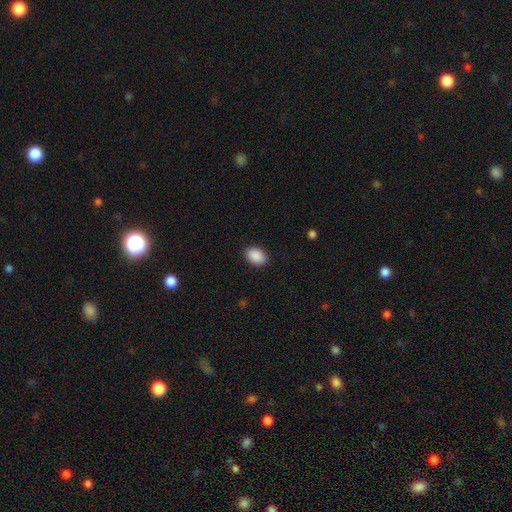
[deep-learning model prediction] Overall: smooth (90%). How rounded: in between (81%). Merging: none (89%).